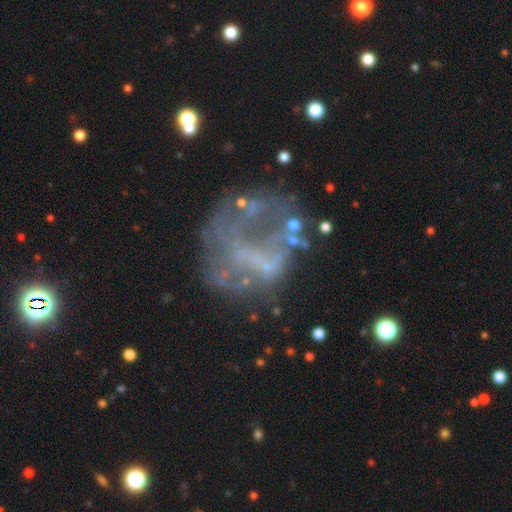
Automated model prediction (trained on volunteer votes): This appears to be a featured or disk galaxy (58%) with no bar (82%), no spiral arms (87%) and no central bulge (79%). Merging: none (42%).